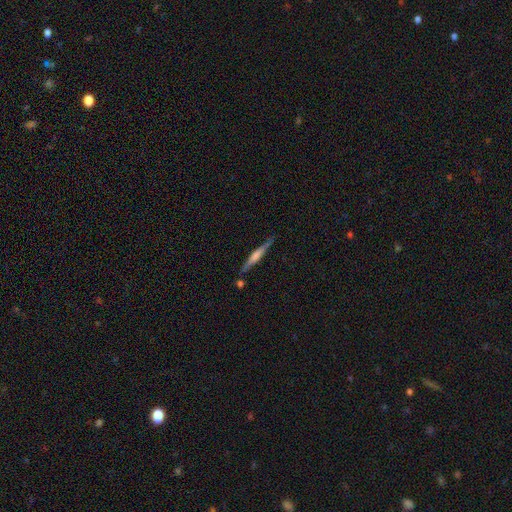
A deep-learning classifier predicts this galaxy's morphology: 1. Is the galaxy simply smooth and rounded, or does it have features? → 59% featured or disk, 35% smooth, 6% star or artifact.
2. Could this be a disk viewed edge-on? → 97% yes, 3% no.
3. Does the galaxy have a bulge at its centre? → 42% rounded, 30% boxy, 27% none.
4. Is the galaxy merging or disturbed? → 82% none, 12% minor disturbance, 4% merger, 2% major disturbance.